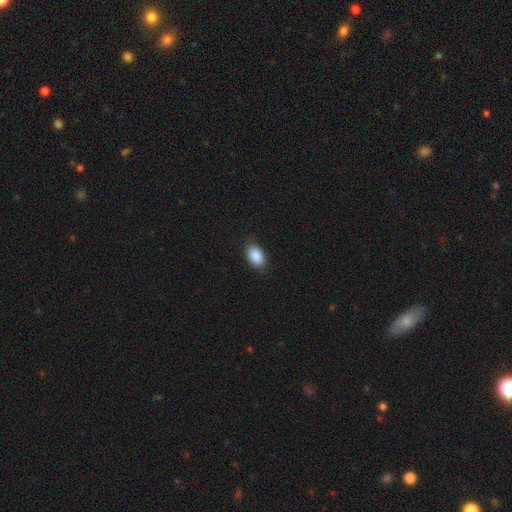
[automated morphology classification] Smooth or featured? Predicted: smooth (p=0.89). How rounded? Predicted: in between (p=0.90). Merging? Predicted: none (p=0.88).